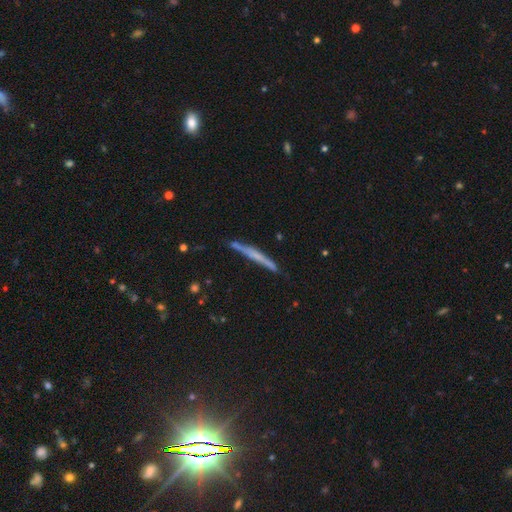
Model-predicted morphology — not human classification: This is possibly a featured or disk galaxy (52%). It is clearly viewed edge-on (96%). Merging: clearly none (83%).